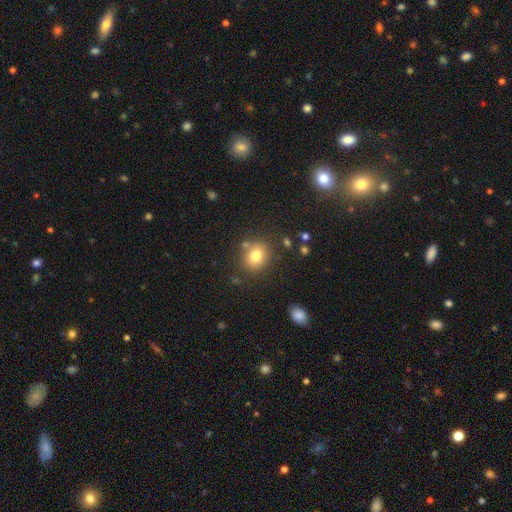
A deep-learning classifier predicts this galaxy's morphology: Smooth or featured: smooth — 78% (star or artifact — 12%)
How rounded: round — 56% (in between — 43%)
Merging: none — 79% (minor disturbance — 11%)